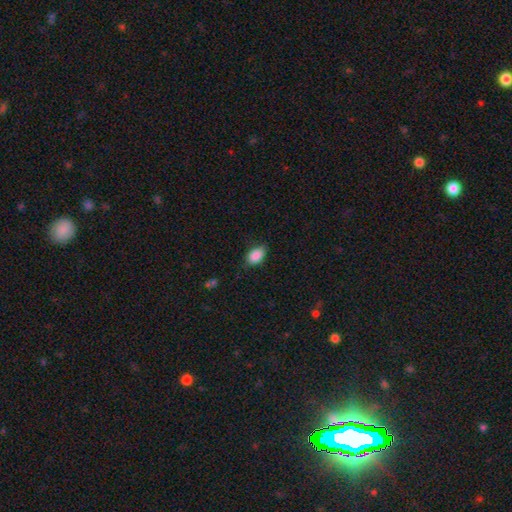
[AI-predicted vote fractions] smooth 88%, star or artifact 8%, featured or disk 4%. Down the decision tree: how rounded — in between (87%); merging — none (74%).